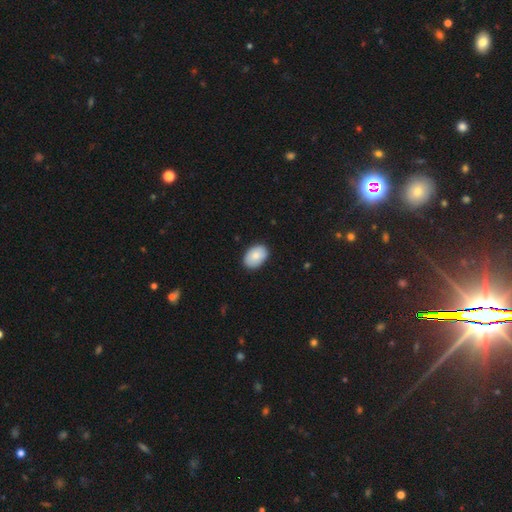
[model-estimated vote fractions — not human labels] Smooth or featured? Predicted: smooth (p=0.85). How rounded? Predicted: in between (p=0.85). Merging? Predicted: none (p=0.87).